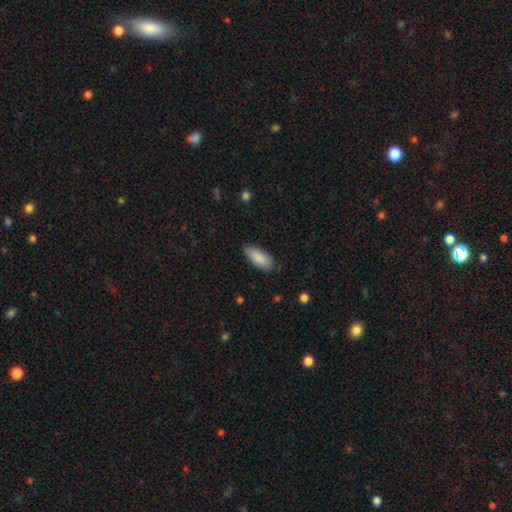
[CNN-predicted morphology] The model was most divided on "merging": none: 80%, minor disturbance: 16%, major disturbance: 3%, merger: 1%. More confident: smooth or featured — smooth (88%); how rounded — in between (84%).